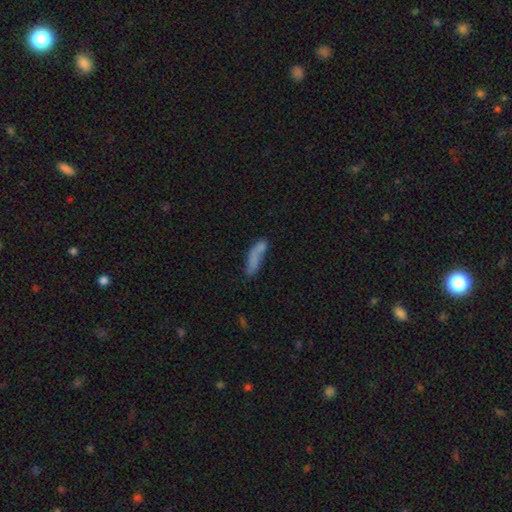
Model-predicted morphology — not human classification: The model was most divided on "merging": none: 45%, merger: 22%, minor disturbance: 21%, major disturbance: 12%. More confident: smooth or featured — smooth (71%); how rounded — cigar-shaped (63%).